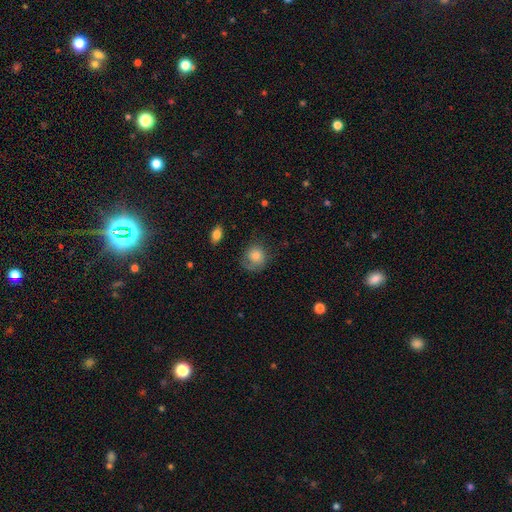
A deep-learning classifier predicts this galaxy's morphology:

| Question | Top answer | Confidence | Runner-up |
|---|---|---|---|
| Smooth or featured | smooth | 72% | featured or disk (19%) |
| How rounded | round | 79% | in between (20%) |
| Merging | none | 57% | minor disturbance (25%) |